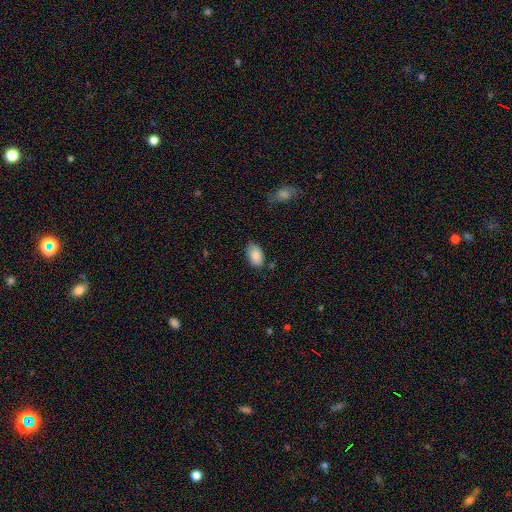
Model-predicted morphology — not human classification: Q: Smooth or featured?
A: smooth (87%); runner-up: star or artifact (7%)
Q: How rounded?
A: in between (92%); runner-up: round (7%)
Q: Merging?
A: none (77%); runner-up: minor disturbance (17%)